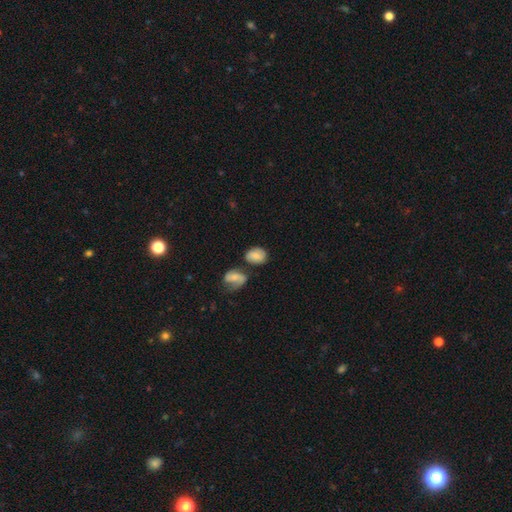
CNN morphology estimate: This appears to be a smooth galaxy with no disk features (71%) that is in between round and cigar-shaped (66%). Merging: none (55%).